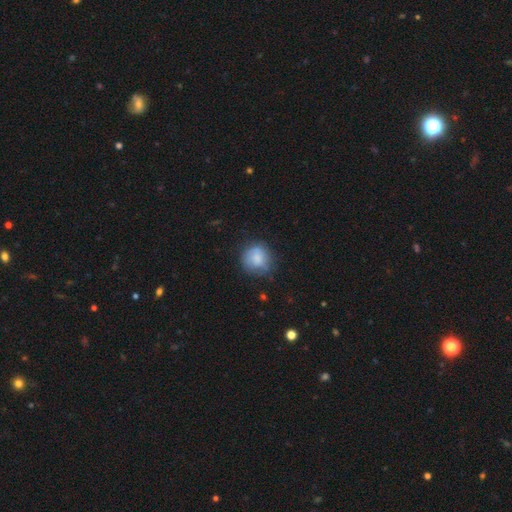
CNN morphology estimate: Smooth or featured?
  - smooth: 76% *
  - featured or disk: 16%
  - star or artifact: 8%
How rounded?
  - round: 87% *
  - in between: 12%
  - cigar-shaped: 1%
Merging?
  - none: 67% *
  - minor disturbance: 24%
  - major disturbance: 8%
  - merger: 2%